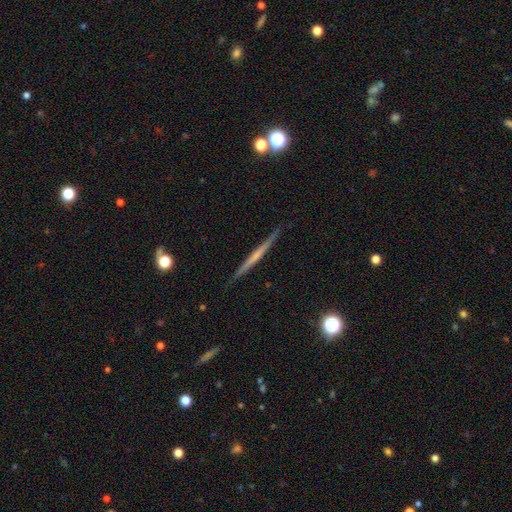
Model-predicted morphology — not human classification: Q: Smooth or featured?
A: featured or disk (66%); runner-up: smooth (27%)
Q: Edge-on disk?
A: yes (98%); runner-up: no (2%)
Q: Edge-on bulge?
A: none (66%); runner-up: rounded (26%)
Q: Merging?
A: none (90%); runner-up: minor disturbance (7%)